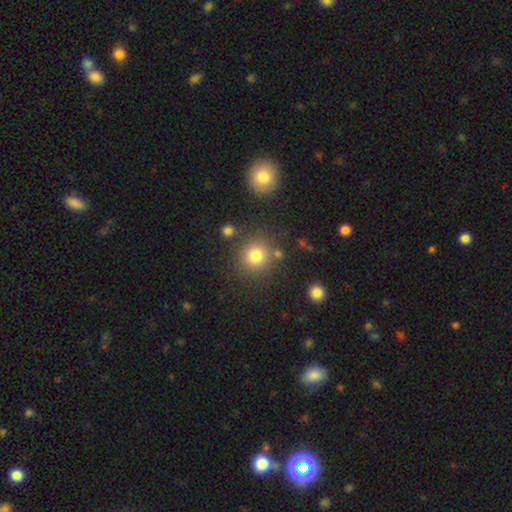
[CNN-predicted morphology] smooth 79%, star or artifact 13%, featured or disk 8%. Down the decision tree: how rounded — round (89%); merging — none (78%).